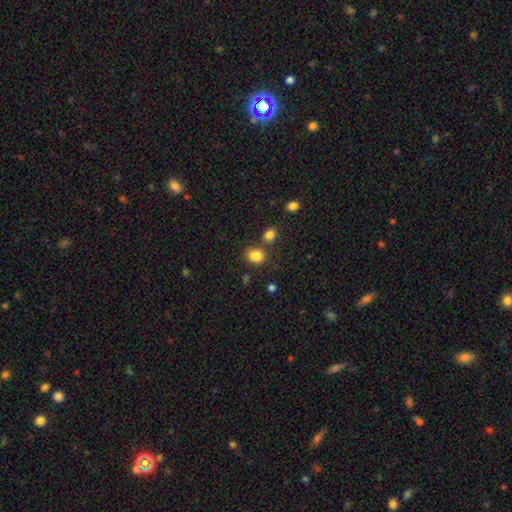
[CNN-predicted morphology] smooth_or_featured: smooth (p=0.85) [alt: star or artifact p=0.11]
how_rounded: round (p=0.54) [alt: in between p=0.45]
merging: none (p=0.70) [alt: merger p=0.15]